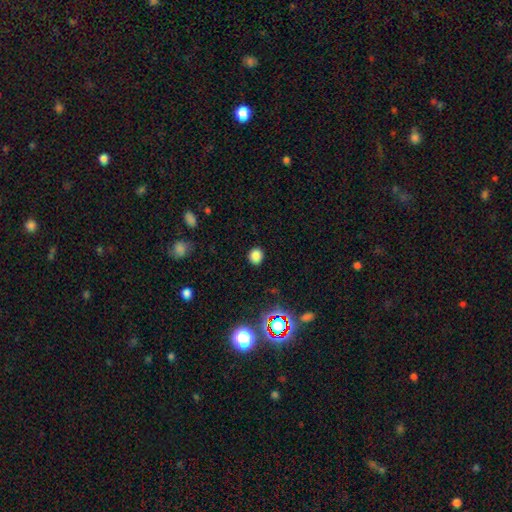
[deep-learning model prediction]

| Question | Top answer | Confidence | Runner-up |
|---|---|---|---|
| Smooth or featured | smooth | 81% | star or artifact (15%) |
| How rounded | round | 78% | in between (21%) |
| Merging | none | 90% | minor disturbance (7%) |